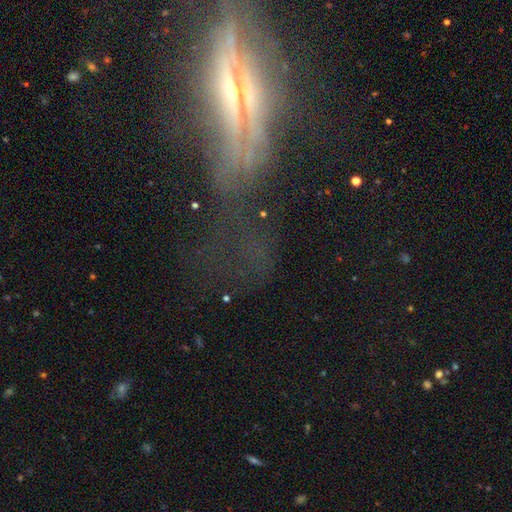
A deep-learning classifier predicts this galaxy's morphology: smooth_or_featured: featured or disk (p=0.54) [alt: star or artifact p=0.28]
disk_edge_on: yes (p=0.62) [alt: no p=0.38]
merging: none (p=0.45) [alt: major disturbance p=0.29]